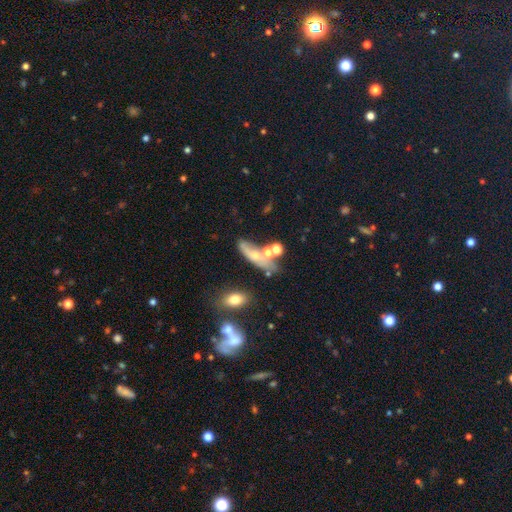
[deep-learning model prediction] The model was most divided on "merging": none: 40%, merger: 29%, minor disturbance: 19%, major disturbance: 13%. Remaining: smooth or featured — smooth (49%).